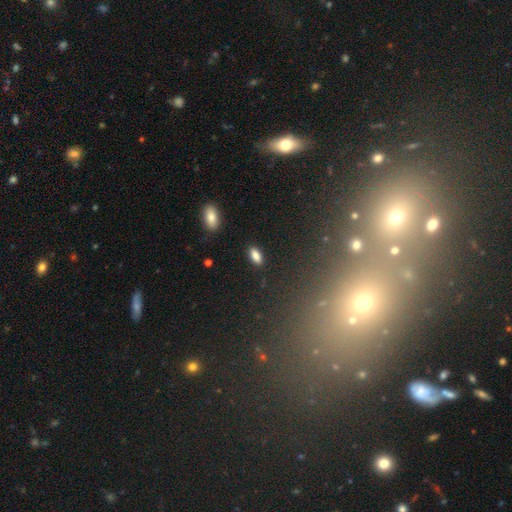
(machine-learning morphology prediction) Smooth or featured? Predicted: smooth (p=0.84). How rounded? Predicted: in between (p=0.87). Merging? Predicted: none (p=0.87).